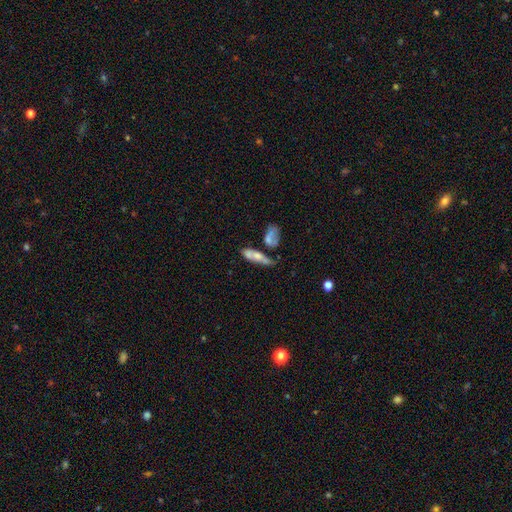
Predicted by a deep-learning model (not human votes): smooth-or-featured: smooth: 52% | featured or disk: 38% | star or artifact: 10%
  how-rounded: in between: 61% | cigar-shaped: 34% | round: 5%
  merging: merger: 50% | none: 20% | major disturbance: 17% | minor disturbance: 13%